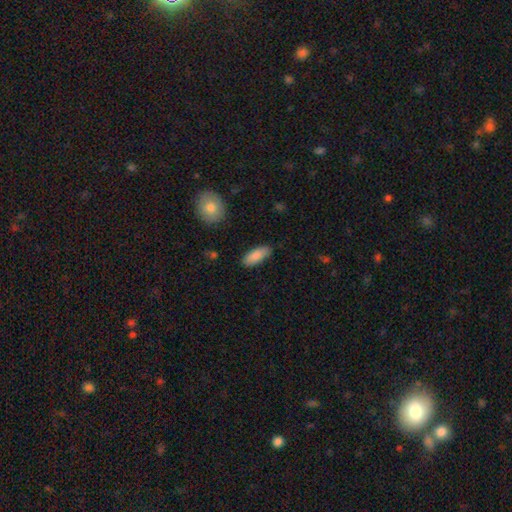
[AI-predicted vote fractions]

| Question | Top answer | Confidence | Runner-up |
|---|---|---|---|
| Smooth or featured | smooth | 87% | featured or disk (7%) |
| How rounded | in between | 78% | cigar-shaped (20%) |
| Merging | none | 84% | minor disturbance (12%) |